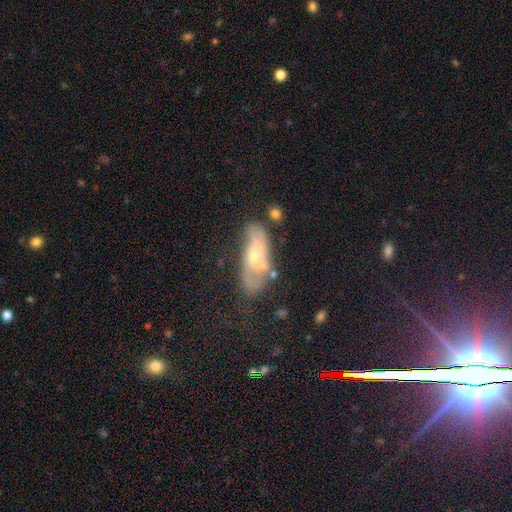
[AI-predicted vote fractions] This is possibly a featured or disk galaxy (57%). It is clearly not viewed edge-on (84%). Merging: possibly none (53%).